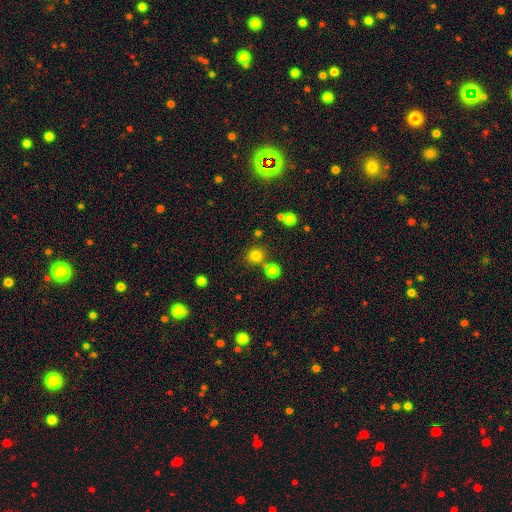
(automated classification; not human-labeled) Smooth or featured: smooth — 77% (star or artifact — 17%)
How rounded: round — 88% (in between — 11%)
Merging: none — 73% (merger — 16%)